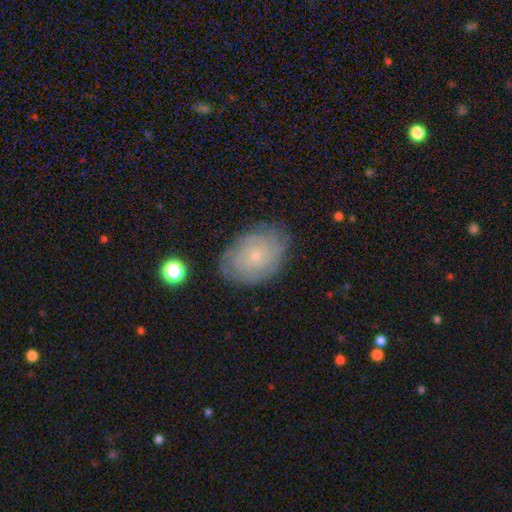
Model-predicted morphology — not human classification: smooth-or-featured: featured or disk: 64% | smooth: 27% | star or artifact: 9%
  disk-edge-on: no: 96% | yes: 4%
    bar: no: 85% | weak: 13% | strong: 2%
    has-spiral-arms: yes: 84% | no: 16%
      spiral-winding: tight: 78% | medium: 16% | loose: 6%
      spiral-arm-count: can't tell: 58% | 2: 12% | 3: 9% | 4: 9% | more than 4: 6% | 1: 5%
    bulge-size: small: 85% | moderate: 11% | none: 2% | large: 1% | dominant: 1%
  merging: none: 76% | minor disturbance: 17% | major disturbance: 5% | merger: 2%